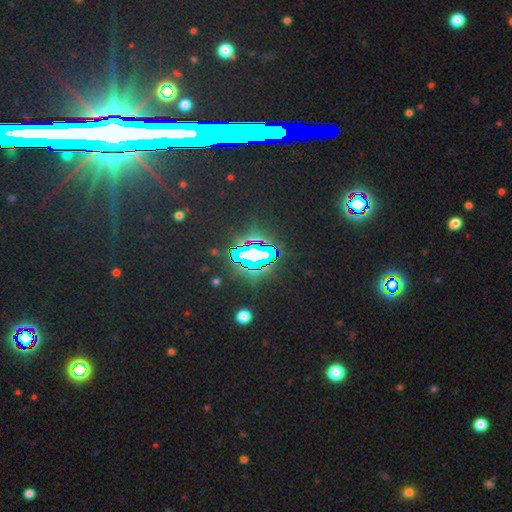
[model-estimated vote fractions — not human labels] Morphology: type=star or artifact (76%).